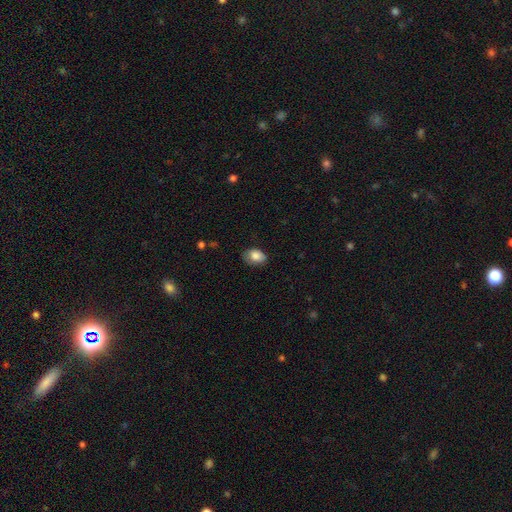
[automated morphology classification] Smooth or featured? smooth (83%)
How rounded? in between (83%)
Merging? none (72%)